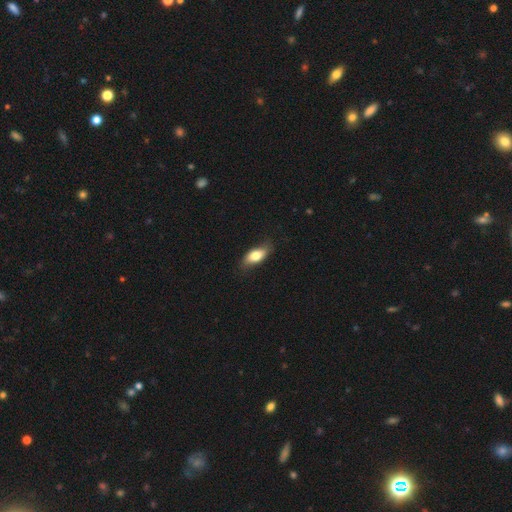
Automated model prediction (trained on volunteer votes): smooth-or-featured: smooth: 74% | featured or disk: 20% | star or artifact: 7%
  how-rounded: in between: 84% | cigar-shaped: 11% | round: 5%
  merging: none: 76% | minor disturbance: 19% | major disturbance: 4% | merger: 1%